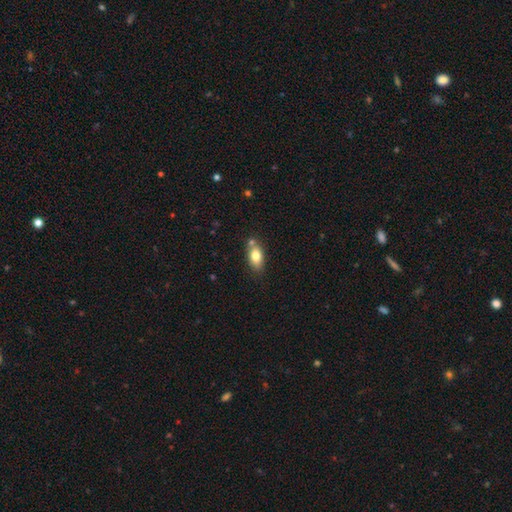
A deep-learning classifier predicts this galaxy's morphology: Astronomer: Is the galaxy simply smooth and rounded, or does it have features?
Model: smooth — 78%.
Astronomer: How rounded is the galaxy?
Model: in between — 86%.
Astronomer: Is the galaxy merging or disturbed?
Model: none — 65%.